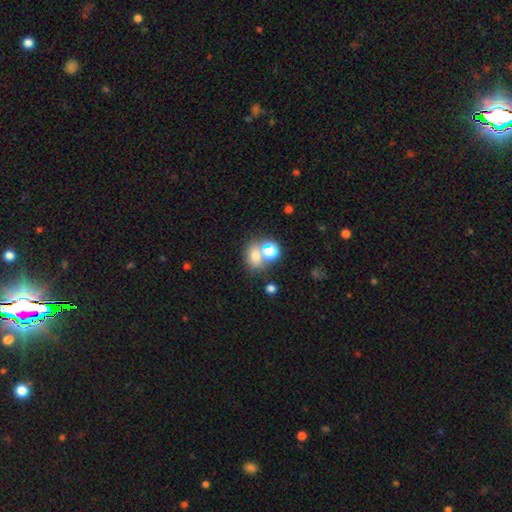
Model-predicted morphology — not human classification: smooth_or_featured: smooth (p=0.69) [alt: star or artifact p=0.19]
how_rounded: in between (p=0.54) [alt: round p=0.45]
merging: none (p=0.49) [alt: merger p=0.34]